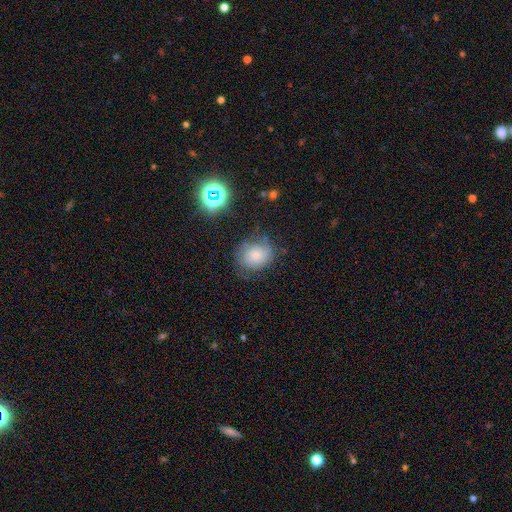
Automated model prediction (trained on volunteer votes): The model was most divided on "how rounded": round: 67%, in between: 32%, cigar-shaped: 1%. More confident: smooth or featured — smooth (66%); merging — none (62%).